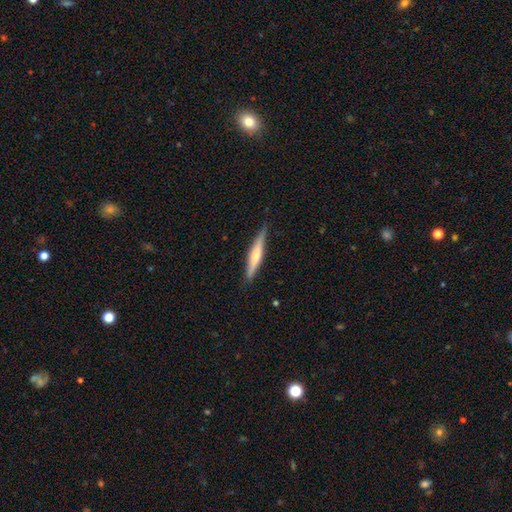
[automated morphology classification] Smooth or featured? Predicted: featured or disk (p=0.52). Edge-on disk? Predicted: yes (p=0.96). Merging? Predicted: none (p=0.83).